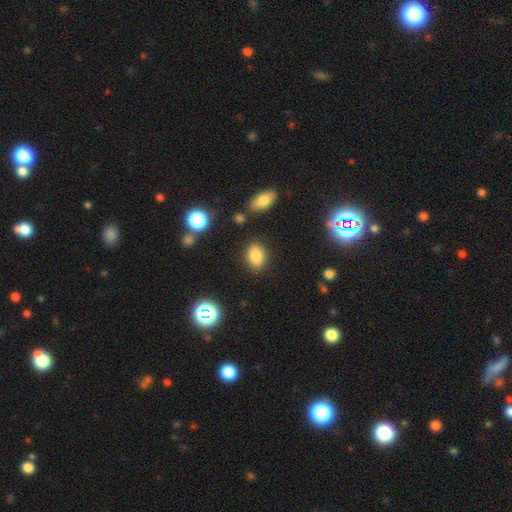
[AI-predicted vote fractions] This appears to be a smooth galaxy with no disk features (84%) that is in between round and cigar-shaped (73%). Merging: none (84%).